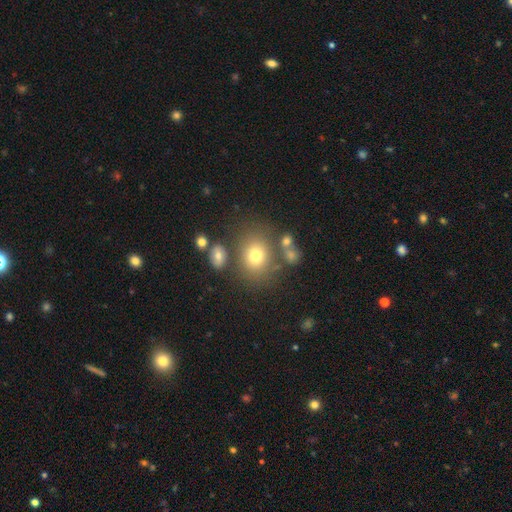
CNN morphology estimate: smooth_or_featured: smooth (p=0.72) [alt: star or artifact p=0.14]
how_rounded: round (p=0.57) [alt: in between p=0.42]
merging: none (p=0.70) [alt: minor disturbance p=0.14]